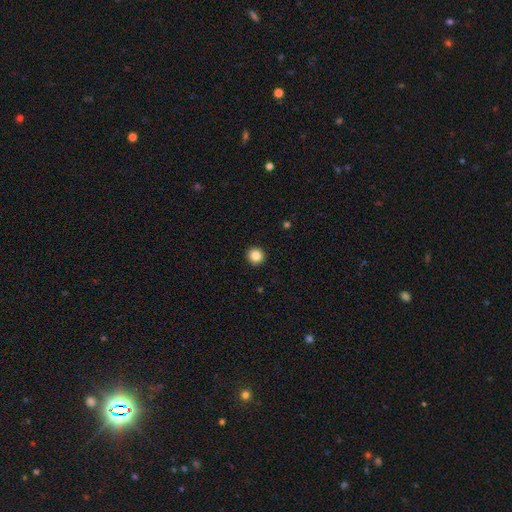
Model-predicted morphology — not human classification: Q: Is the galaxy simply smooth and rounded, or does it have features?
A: smooth — 86%.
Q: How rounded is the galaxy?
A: round — 95%.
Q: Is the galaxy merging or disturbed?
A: none — 94%.